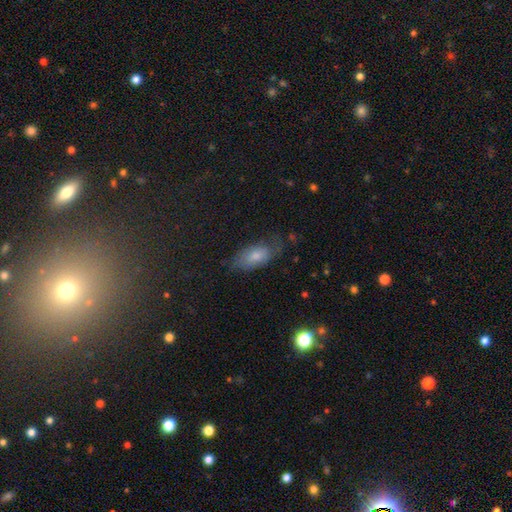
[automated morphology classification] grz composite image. It shows a smooth galaxy with no disk features (68%) that is in between round and cigar-shaped (88%). Merging: none (58%).